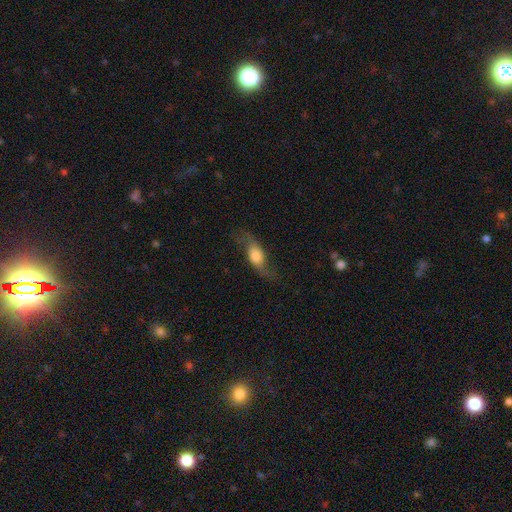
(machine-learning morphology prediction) Smooth or featured?
  - featured or disk: 54% *
  - smooth: 38%
  - star or artifact: 8%
Edge-on disk?
  - no: 71% *
  - yes: 29%
Merging?
  - none: 64% *
  - minor disturbance: 19%
  - major disturbance: 15%
  - merger: 2%